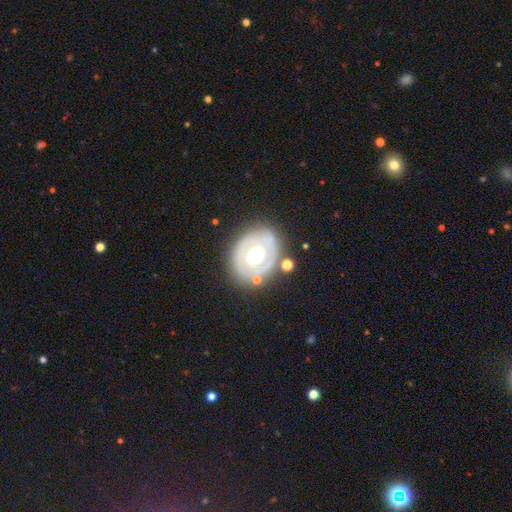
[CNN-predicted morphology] Overall: featured or disk (63%; smooth 30%). Edge-on disk: no (95%). Bar: no (72%). Spiral arms: no (80%). Bulge size: large (52%; moderate 35%). Merging: none (72%).